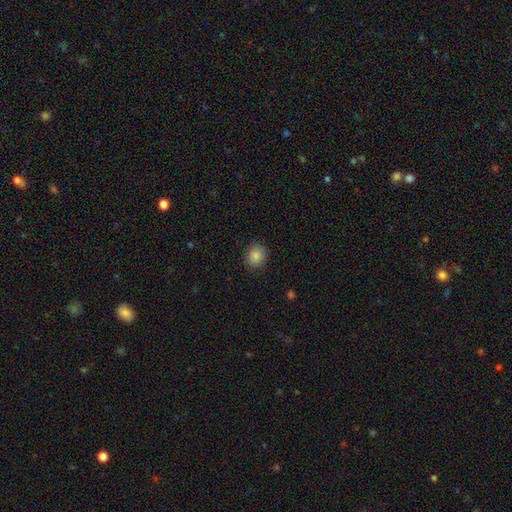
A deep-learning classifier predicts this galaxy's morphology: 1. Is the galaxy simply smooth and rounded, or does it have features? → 86% smooth, 9% star or artifact, 4% featured or disk.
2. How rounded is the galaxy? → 63% round, 36% in between, 1% cigar-shaped.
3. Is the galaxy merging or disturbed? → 85% none, 11% minor disturbance, 3% major disturbance, 1% merger.